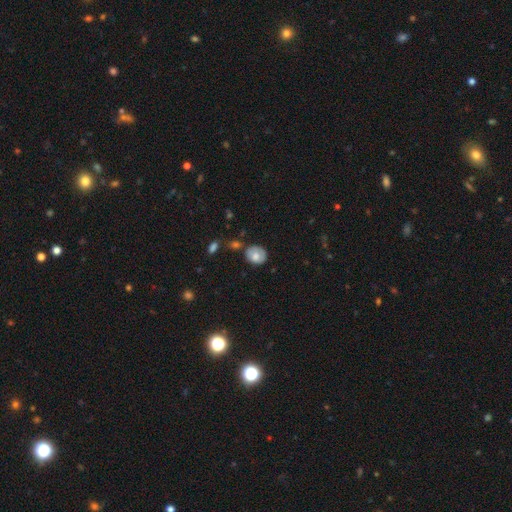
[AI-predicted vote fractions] smooth 75%, featured or disk 17%, star or artifact 8%. Down the decision tree: how rounded — round (62%); merging — none (65%).